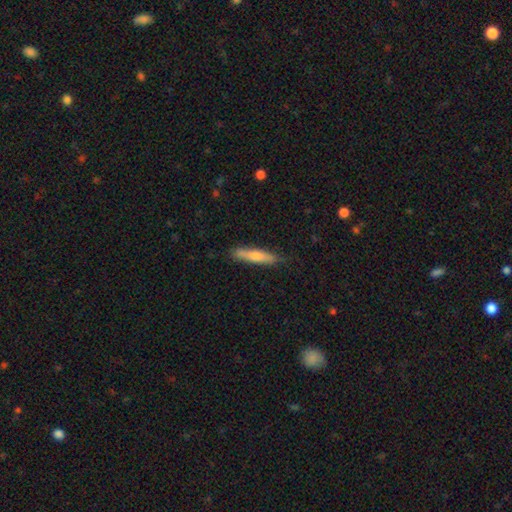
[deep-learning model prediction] Smooth or featured?
  - smooth: 66% *
  - featured or disk: 29%
  - star or artifact: 5%
How rounded?
  - cigar-shaped: 88% *
  - in between: 10%
  - round: 1%
Merging?
  - none: 84% *
  - minor disturbance: 13%
  - major disturbance: 2%
  - merger: 1%